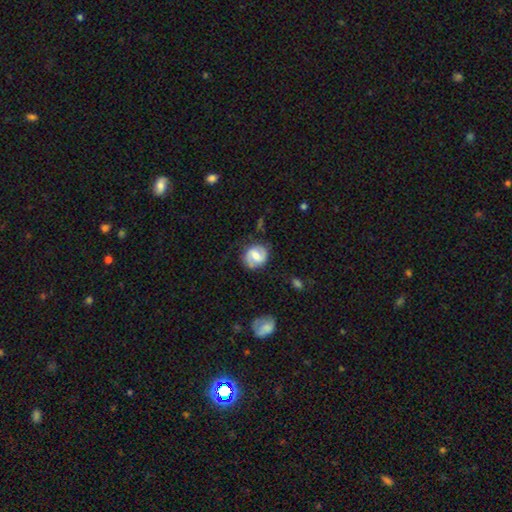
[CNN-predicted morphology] type=featured or disk (65%); edge-on=no (97%); bar=weak (48%); spiral arms=yes (87%); winding=medium (46%); arm count=2 (86%); bulge=moderate (55%); merging=none (76%).